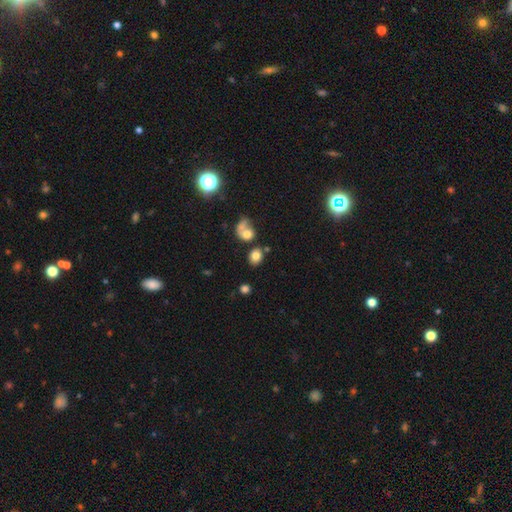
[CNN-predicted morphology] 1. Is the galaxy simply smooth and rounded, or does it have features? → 79% smooth, 12% star or artifact, 9% featured or disk.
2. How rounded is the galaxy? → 53% round, 46% in between, 1% cigar-shaped.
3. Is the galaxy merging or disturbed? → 61% none, 20% merger, 13% minor disturbance, 6% major disturbance.